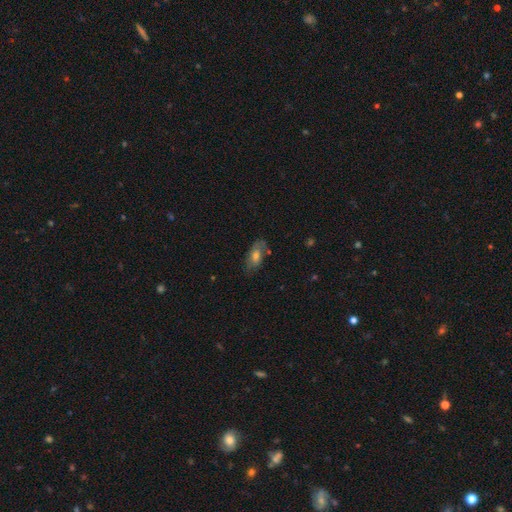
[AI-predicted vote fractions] smooth_or_featured: smooth (p=0.55) [alt: featured or disk p=0.34]
how_rounded: in between (p=0.85) [alt: cigar-shaped p=0.09]
merging: none (p=0.65) [alt: minor disturbance p=0.23]